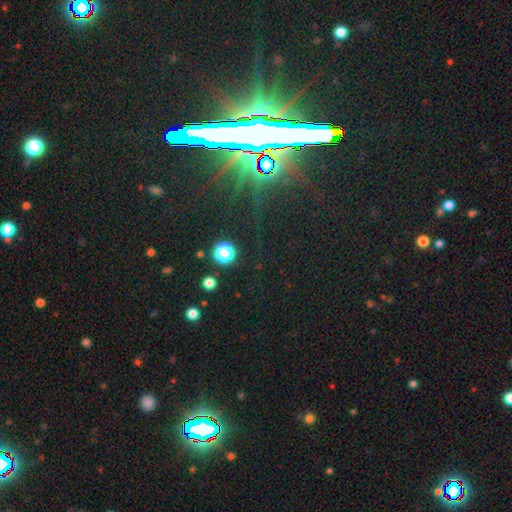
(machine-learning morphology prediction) This is likely a star or artifact rather than a galaxy (74%).